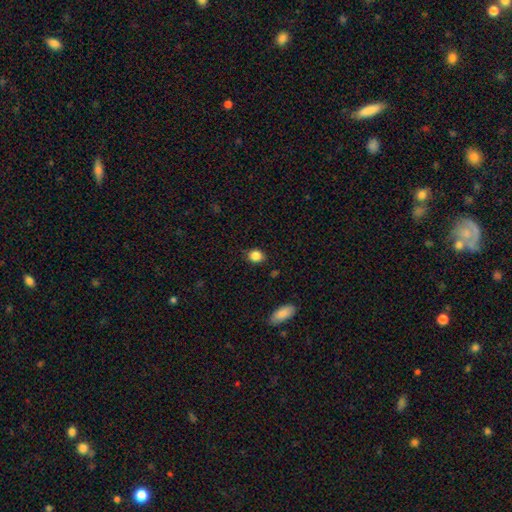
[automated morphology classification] Smooth or featured? smooth (85%)
How rounded? round (65%)
Merging? none (86%)